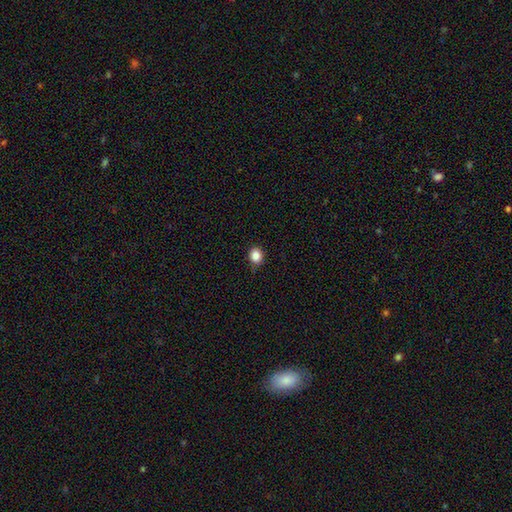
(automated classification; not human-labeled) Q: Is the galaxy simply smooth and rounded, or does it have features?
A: smooth — 85%.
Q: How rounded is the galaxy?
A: round — 68%.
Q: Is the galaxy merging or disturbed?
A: none — 82%.